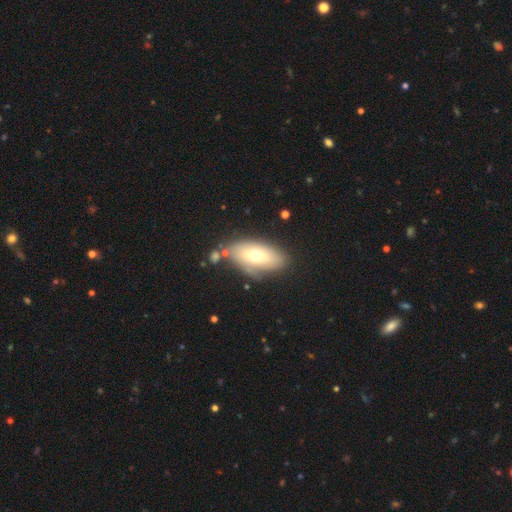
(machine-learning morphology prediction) smooth-or-featured: smooth: 62% | featured or disk: 30% | star or artifact: 8%
  how-rounded: in between: 89% | cigar-shaped: 8% | round: 4%
  merging: none: 70% | minor disturbance: 17% | merger: 8% | major disturbance: 5%